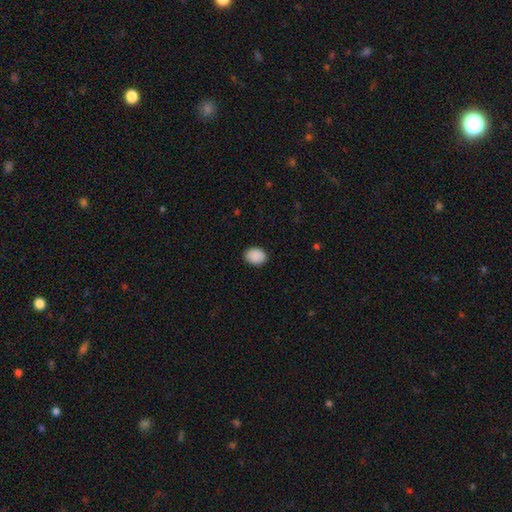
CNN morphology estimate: This appears to be a smooth galaxy with no disk features (90%) that is in between round and cigar-shaped (69%). Merging: none (88%).